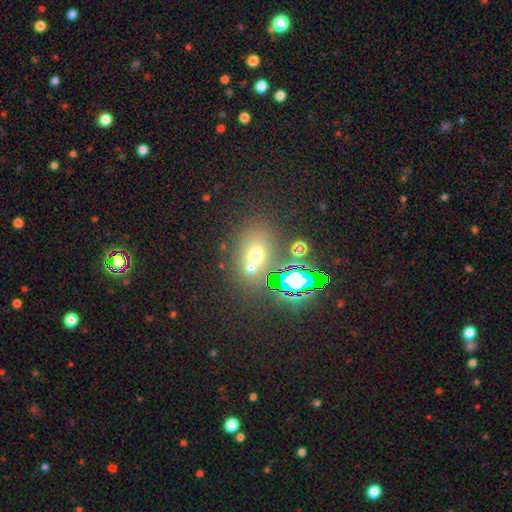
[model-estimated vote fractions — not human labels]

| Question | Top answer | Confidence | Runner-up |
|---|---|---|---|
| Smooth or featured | smooth | 54% | star or artifact (30%) |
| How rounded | round | 53% | in between (45%) |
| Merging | none | 50% | merger (35%) |